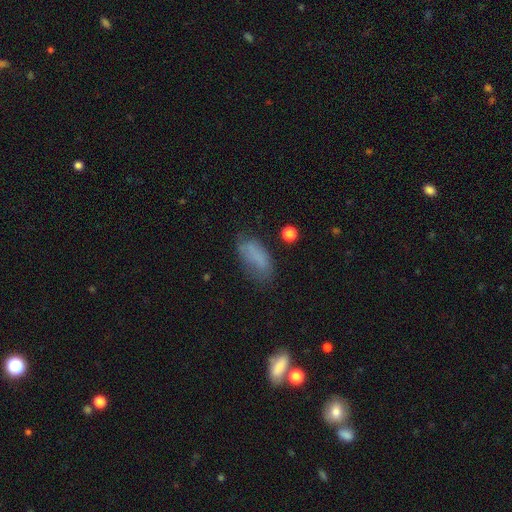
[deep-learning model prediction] Smooth or featured: smooth — 72% (featured or disk — 16%)
How rounded: in between — 86% (cigar-shaped — 11%)
Merging: none — 53% (minor disturbance — 28%)